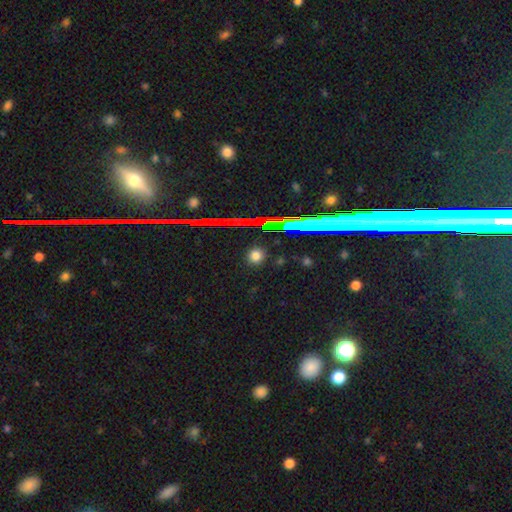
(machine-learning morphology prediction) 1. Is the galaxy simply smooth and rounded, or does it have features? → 74% smooth, 20% star or artifact, 6% featured or disk.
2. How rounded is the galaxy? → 86% round, 12% in between, 2% cigar-shaped.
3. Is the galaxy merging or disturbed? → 90% none, 6% minor disturbance, 2% major disturbance, 2% merger.